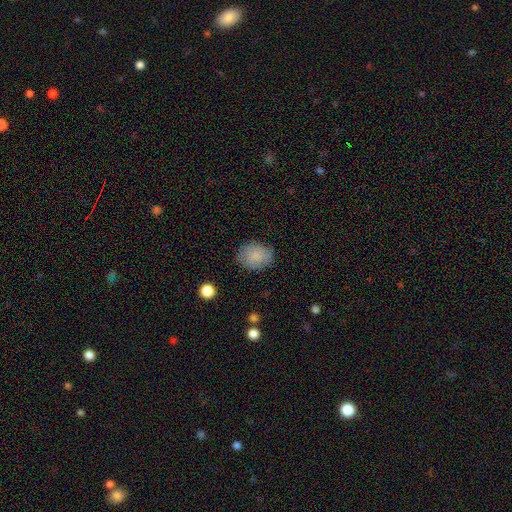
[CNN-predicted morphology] Smooth or featured? Predicted: smooth (p=0.82). How rounded? Predicted: in between (p=0.57). Merging? Predicted: none (p=0.79).